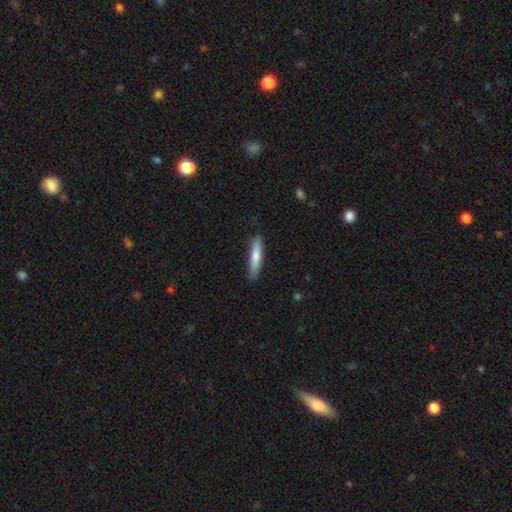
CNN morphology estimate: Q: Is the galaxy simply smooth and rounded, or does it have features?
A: smooth — 69%.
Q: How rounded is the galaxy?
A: cigar-shaped — 86%.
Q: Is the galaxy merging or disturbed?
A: none — 86%.